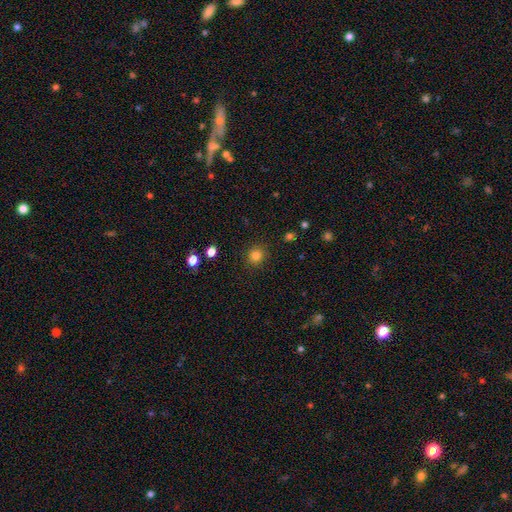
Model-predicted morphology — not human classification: smooth-or-featured: smooth: 82% | star or artifact: 13% | featured or disk: 5%
  how-rounded: round: 90% | in between: 9% | cigar-shaped: 1%
  merging: none: 90% | minor disturbance: 6% | major disturbance: 2% | merger: 1%